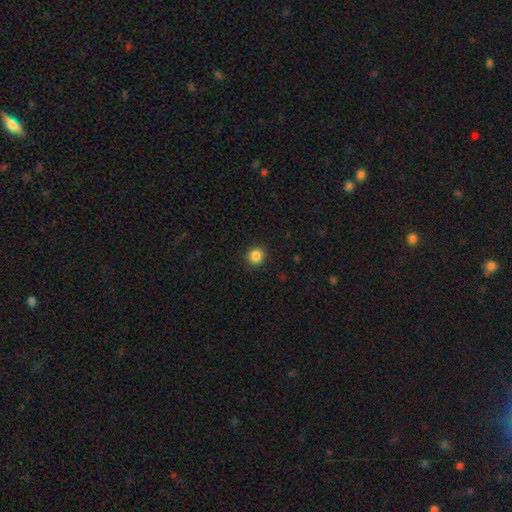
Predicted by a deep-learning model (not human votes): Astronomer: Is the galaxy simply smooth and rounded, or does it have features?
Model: smooth — 86%.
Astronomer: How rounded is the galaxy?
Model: round — 87%.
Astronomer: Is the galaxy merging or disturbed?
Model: none — 91%.